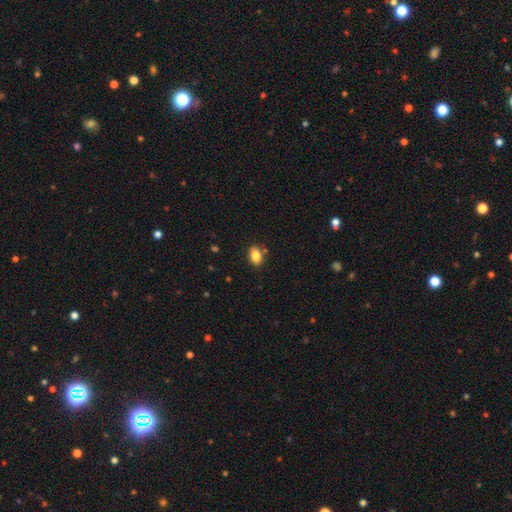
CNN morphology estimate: This appears to be a smooth galaxy with no disk features (84%) that is in between round and cigar-shaped (81%). Merging: none (80%).